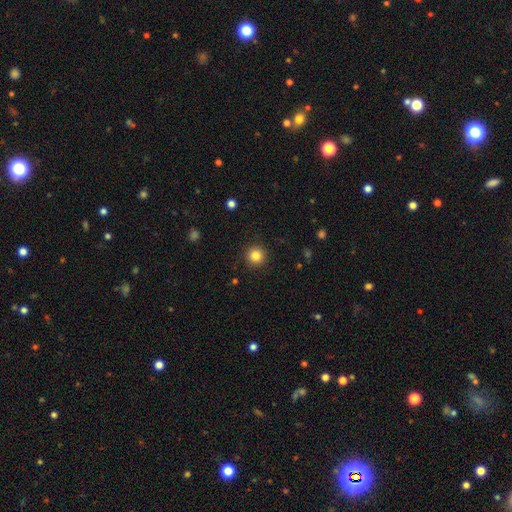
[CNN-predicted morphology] type=smooth (84%); roundness=round (95%); merging=none (92%).